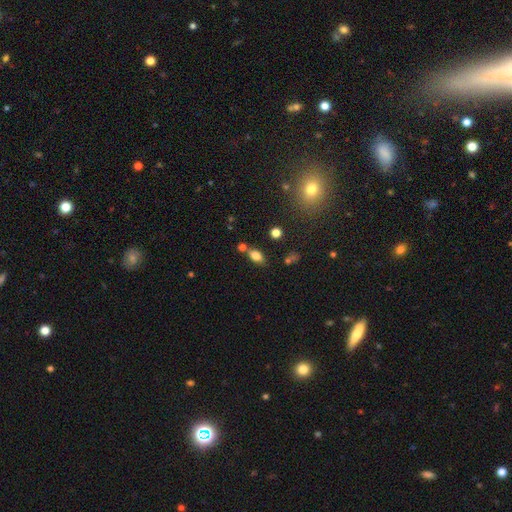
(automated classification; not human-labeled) Smooth or featured?
  - smooth: 78% *
  - featured or disk: 11%
  - star or artifact: 11%
How rounded?
  - in between: 85% *
  - round: 9%
  - cigar-shaped: 6%
Merging?
  - none: 69% *
  - merger: 15%
  - minor disturbance: 13%
  - major disturbance: 4%